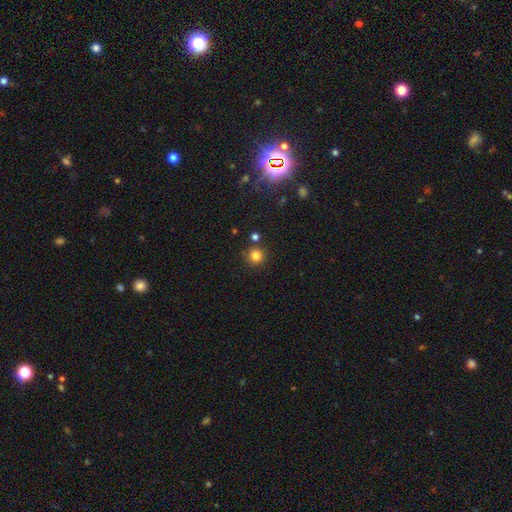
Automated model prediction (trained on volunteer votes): A smooth galaxy with no disk features (82%) that is round (95%). Merging: none (85%).